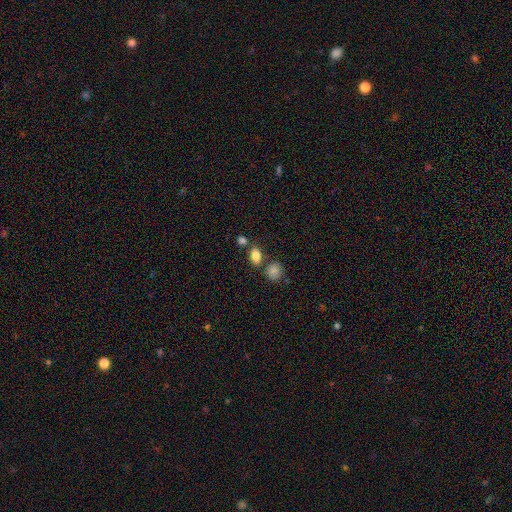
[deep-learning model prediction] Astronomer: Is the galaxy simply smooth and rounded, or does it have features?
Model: smooth — 84%.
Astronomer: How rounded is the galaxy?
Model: in between — 82%.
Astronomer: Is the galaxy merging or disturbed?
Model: none — 68%.